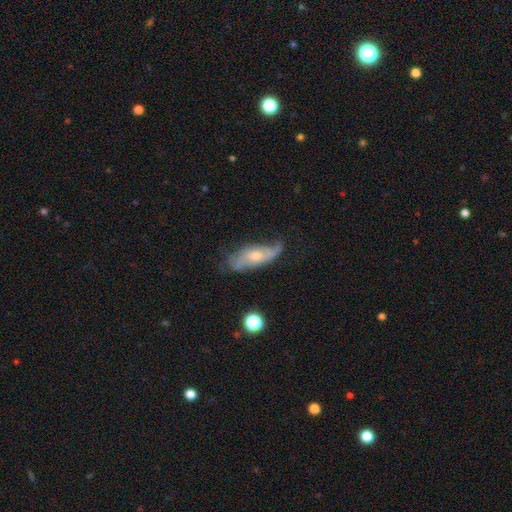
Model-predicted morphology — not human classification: This appears to be a featured or disk galaxy (65%) with no bar (66%), spiral arms (85%) and a moderate central bulge (55%). Merging: none (58%).